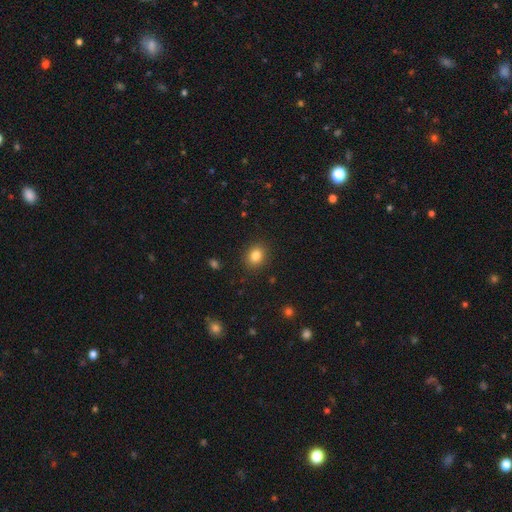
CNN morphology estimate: A smooth galaxy with no disk features (83%) that is round (61%). Merging: none (89%).